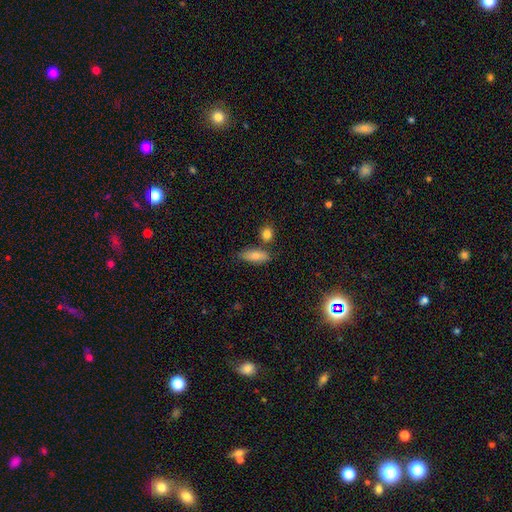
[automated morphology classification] smooth 79%, featured or disk 14%, star or artifact 7%. Down the decision tree: how rounded — in between (70%); merging — none (70%).